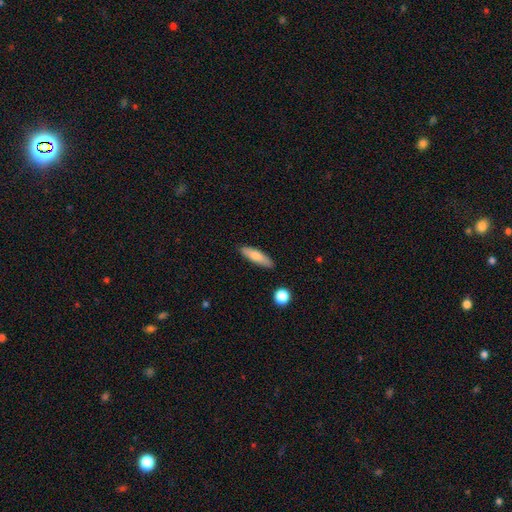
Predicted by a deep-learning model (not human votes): A smooth galaxy with no disk features (76%) that is cigar-shaped (62%).

Vote fractions:
- Smooth or featured? smooth: 76% / featured or disk: 17% / star or artifact: 7%
- How rounded? cigar-shaped: 62% / in between: 36% / round: 2%
- Merging? none: 86% / minor disturbance: 10% / major disturbance: 2% / merger: 2%